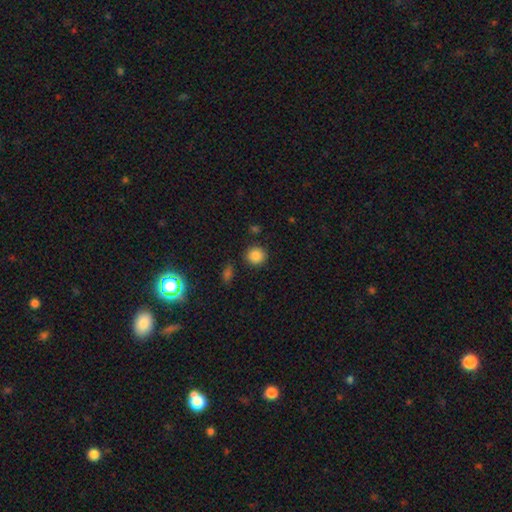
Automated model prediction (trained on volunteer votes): Smooth or featured? smooth (85%)
How rounded? round (90%)
Merging? none (86%)